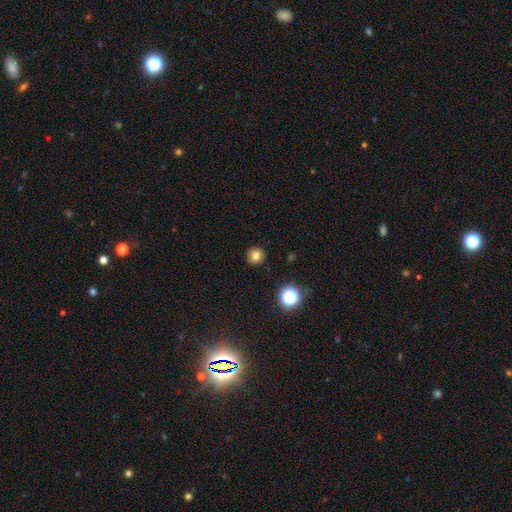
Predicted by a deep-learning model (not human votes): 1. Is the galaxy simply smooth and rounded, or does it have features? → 79% smooth, 14% star or artifact, 7% featured or disk.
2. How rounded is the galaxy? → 92% round, 7% in between, 1% cigar-shaped.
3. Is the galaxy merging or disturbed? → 91% none, 6% minor disturbance, 2% major disturbance, 1% merger.